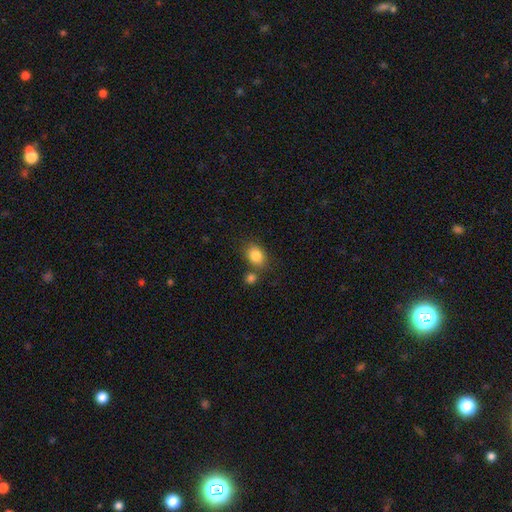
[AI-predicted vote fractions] Smooth or featured? Predicted: smooth (p=0.84). How rounded? Predicted: in between (p=0.62). Merging? Predicted: none (p=0.70).